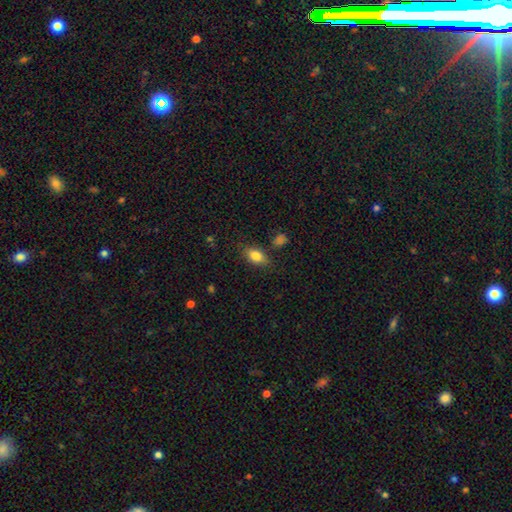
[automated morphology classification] This is clearly a smooth galaxy (82%). How rounded: clearly in between (83%). Merging: likely none (77%).